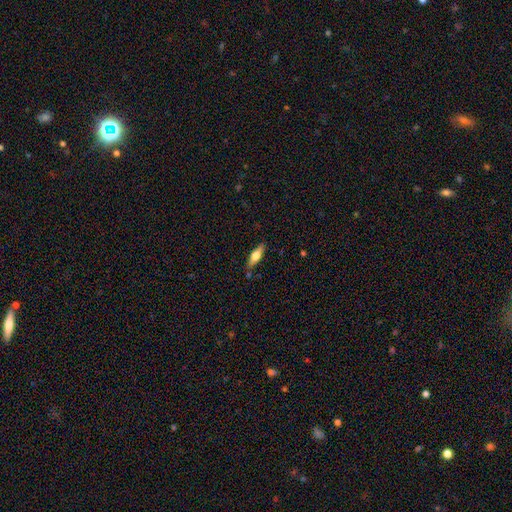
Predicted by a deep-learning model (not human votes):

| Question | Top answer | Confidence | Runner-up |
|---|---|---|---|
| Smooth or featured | smooth | 54% | featured or disk (40%) |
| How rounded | cigar-shaped | 52% | in between (45%) |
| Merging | none | 83% | minor disturbance (12%) |